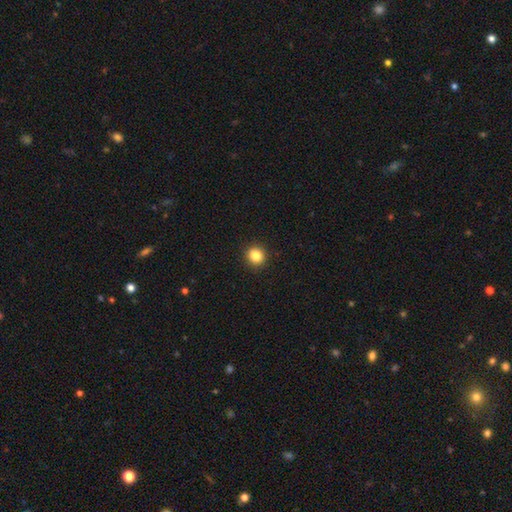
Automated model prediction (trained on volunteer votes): Morphology: type=smooth (85%); roundness=round (85%); merging=none (93%).